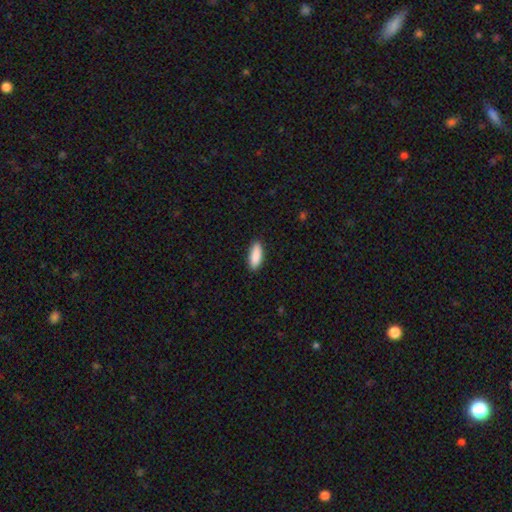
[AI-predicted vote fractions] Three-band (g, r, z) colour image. It shows a smooth galaxy with no disk features (90%) that is in between round and cigar-shaped (73%). Merging: none (89%).